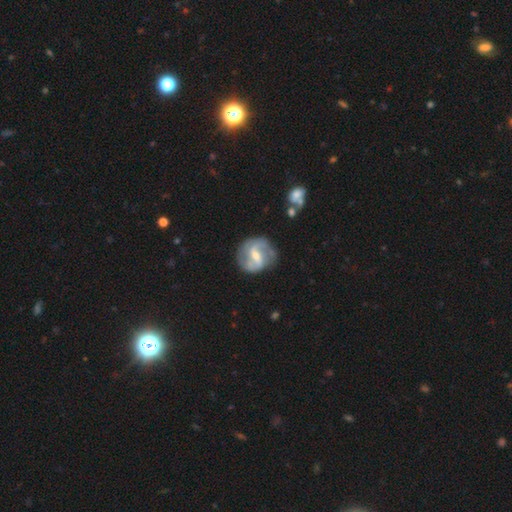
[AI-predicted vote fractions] Morphology: type=featured or disk (83%); edge-on=no (97%); bar=weak (47%); spiral arms=yes (92%); winding=medium (47%); arm count=2 (85%); bulge=small (50%); merging=none (74%).